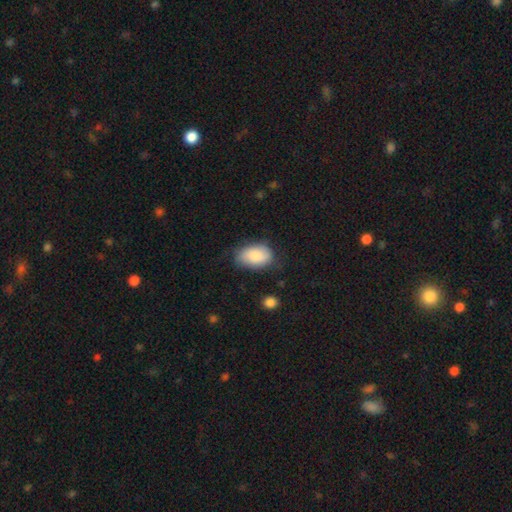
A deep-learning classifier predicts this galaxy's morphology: This appears to be a smooth galaxy with no disk features (85%) that is in between round and cigar-shaped (91%). Merging: none (66%).